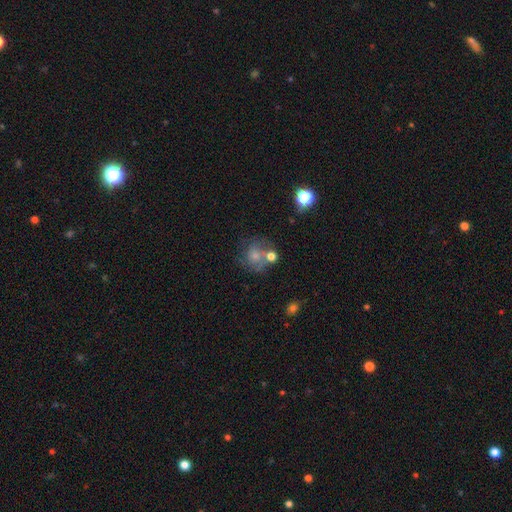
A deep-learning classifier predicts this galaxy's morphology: smooth-or-featured: smooth: 51% | featured or disk: 37% | star or artifact: 12%
  how-rounded: round: 77% | in between: 22% | cigar-shaped: 1%
  merging: none: 44% | merger: 24% | minor disturbance: 18% | major disturbance: 14%